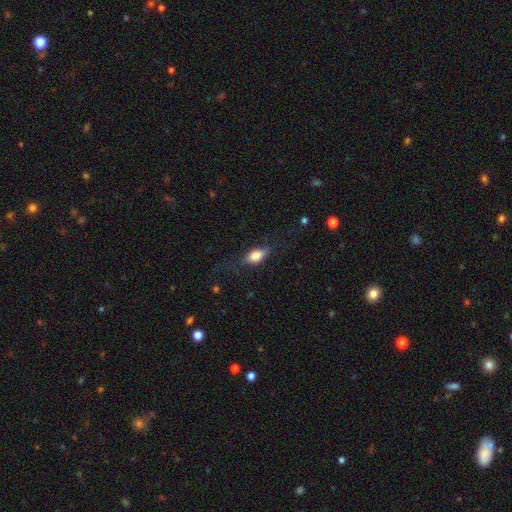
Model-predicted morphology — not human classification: type=smooth (74%); roundness=in between (81%); merging=none (71%).